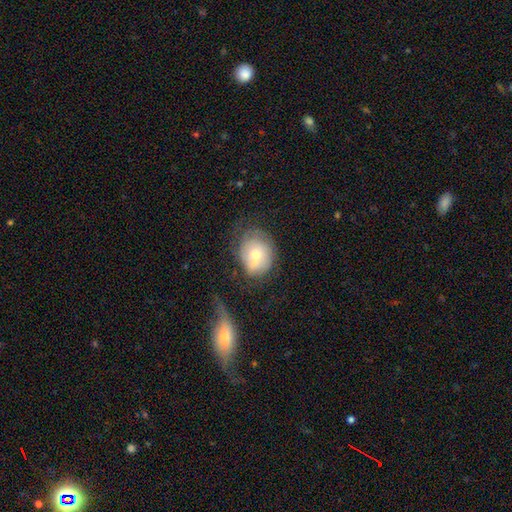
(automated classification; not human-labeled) Smooth or featured: smooth — 57% (featured or disk — 34%)
How rounded: round — 60% (in between — 39%)
Merging: none — 37% (merger — 29%)